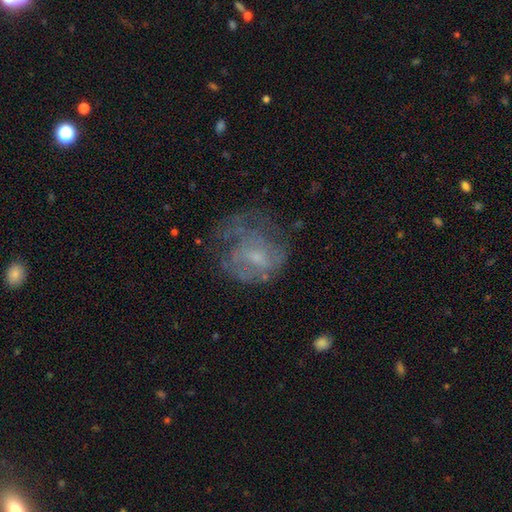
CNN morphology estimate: This appears to be a featured or disk galaxy (55%) with no bar (61%), no spiral arms (57%) and a small central bulge (51%). Merging: none (41%).